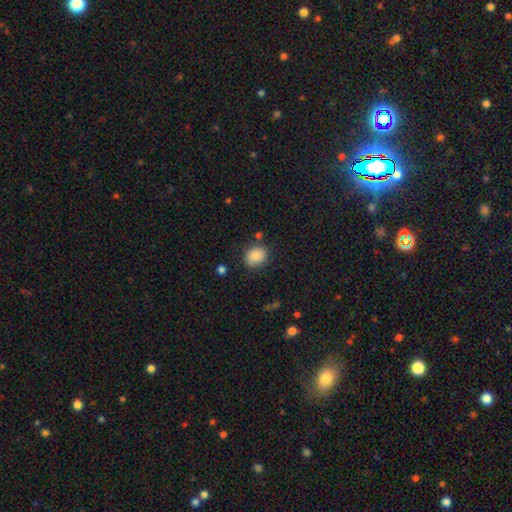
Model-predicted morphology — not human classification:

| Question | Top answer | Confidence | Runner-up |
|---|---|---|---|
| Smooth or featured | smooth | 86% | star or artifact (9%) |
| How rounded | round | 64% | in between (35%) |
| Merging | none | 77% | minor disturbance (16%) |